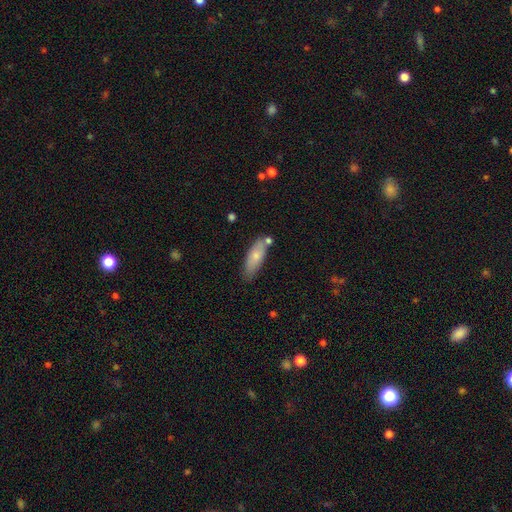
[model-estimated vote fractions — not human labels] smooth 72%, featured or disk 22%, star or artifact 6%. Down the decision tree: how rounded — in between (63%); merging — none (67%).